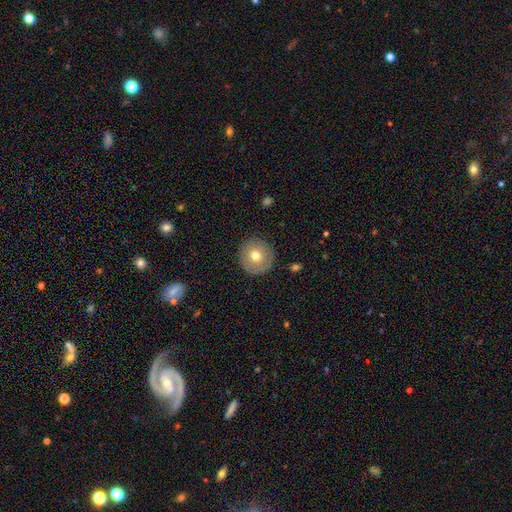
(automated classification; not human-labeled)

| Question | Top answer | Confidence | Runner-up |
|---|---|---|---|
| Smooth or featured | smooth | 69% | featured or disk (22%) |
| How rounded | round | 95% | in between (4%) |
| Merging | none | 90% | minor disturbance (7%) |